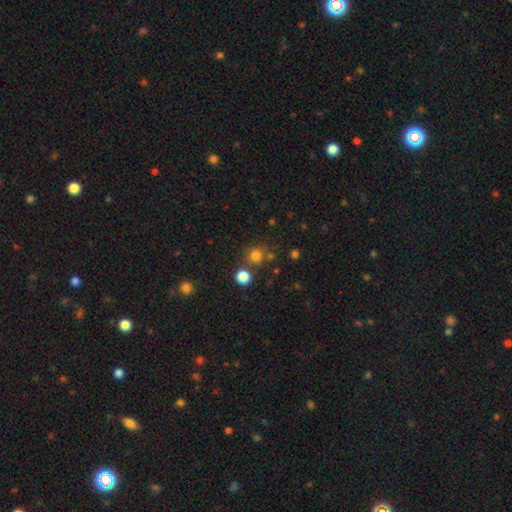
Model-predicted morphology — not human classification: The model was most divided on "smooth or featured": smooth: 77%, star or artifact: 17%, featured or disk: 6%. More confident: how rounded — round (91%); merging — none (74%).